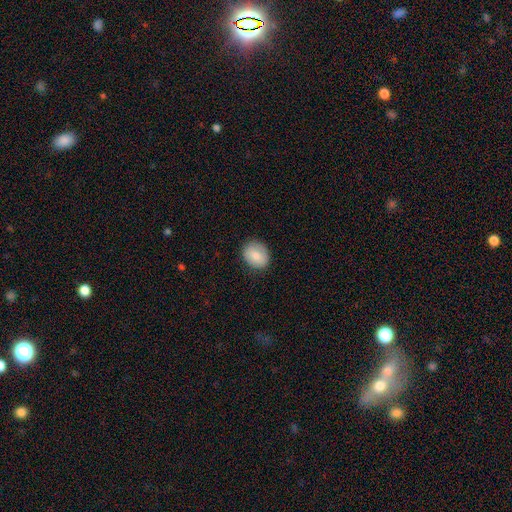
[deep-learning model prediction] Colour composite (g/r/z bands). It shows a smooth galaxy with no disk features (81%) that is round (52%). Merging: none (83%).